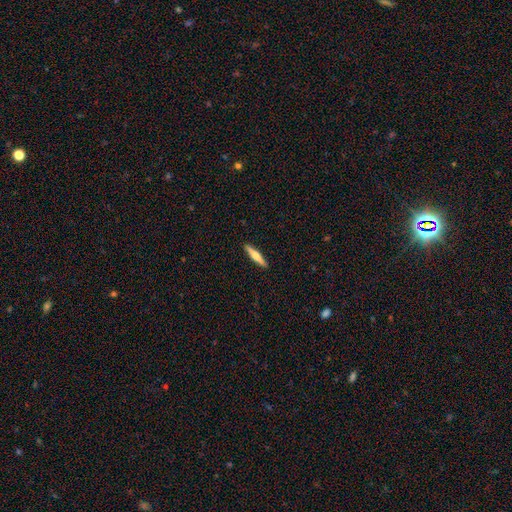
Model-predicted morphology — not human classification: Smooth or featured?
  - smooth: 48% *
  - featured or disk: 46%
  - star or artifact: 5%
Merging?
  - none: 91% *
  - minor disturbance: 6%
  - major disturbance: 1%
  - merger: 1%